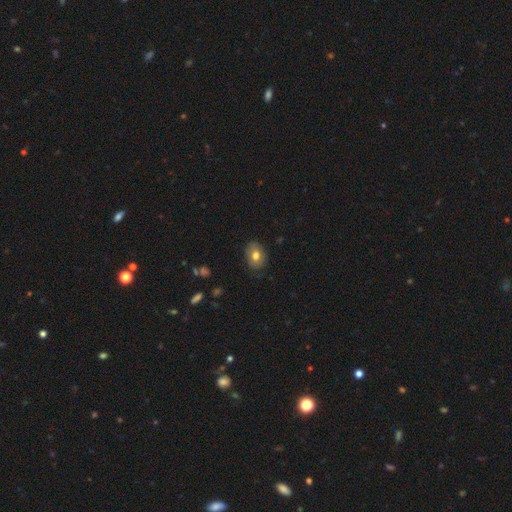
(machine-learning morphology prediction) This is likely a smooth galaxy (74%). How rounded: likely in between (70%). Merging: clearly none (82%).